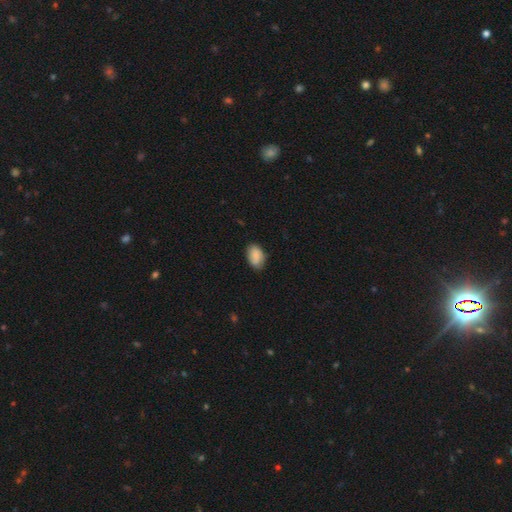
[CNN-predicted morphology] This is clearly a smooth galaxy (87%). How rounded: clearly in between (89%). Merging: likely none (77%).